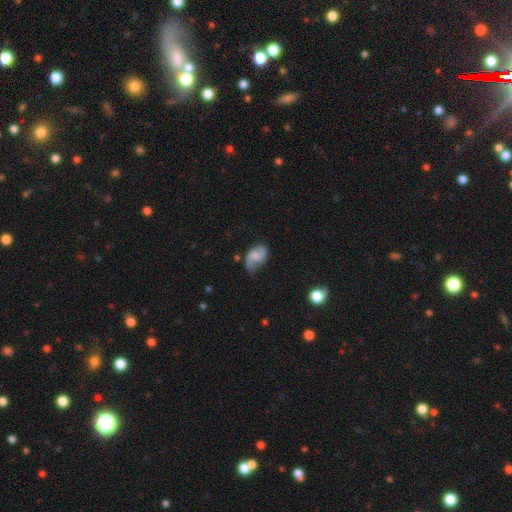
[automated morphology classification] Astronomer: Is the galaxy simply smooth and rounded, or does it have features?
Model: featured or disk — 51% (runner-up: smooth, 40%).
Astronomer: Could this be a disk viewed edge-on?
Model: no — 97%.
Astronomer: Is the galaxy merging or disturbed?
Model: none — 53% (runner-up: minor disturbance, 31%).